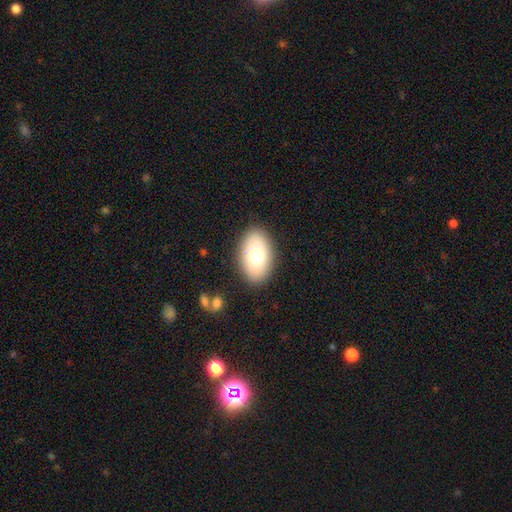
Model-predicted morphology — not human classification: A smooth galaxy with no disk features (73%) that is in between round and cigar-shaped (88%). Merging: none (86%).